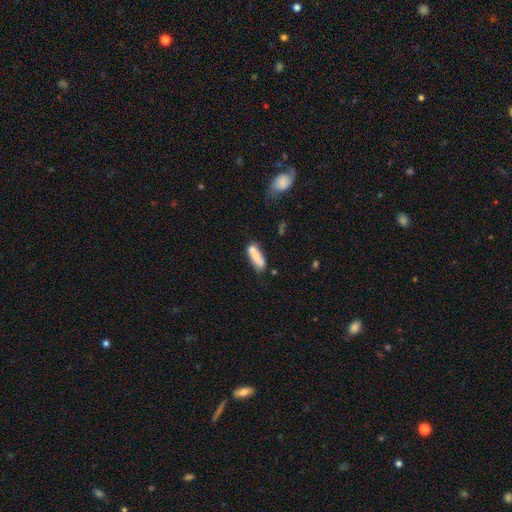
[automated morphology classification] Smooth or featured?
  - smooth: 72% *
  - featured or disk: 21%
  - star or artifact: 7%
How rounded?
  - in between: 57% *
  - cigar-shaped: 40%
  - round: 3%
Merging?
  - none: 46% *
  - merger: 25%
  - minor disturbance: 22%
  - major disturbance: 8%